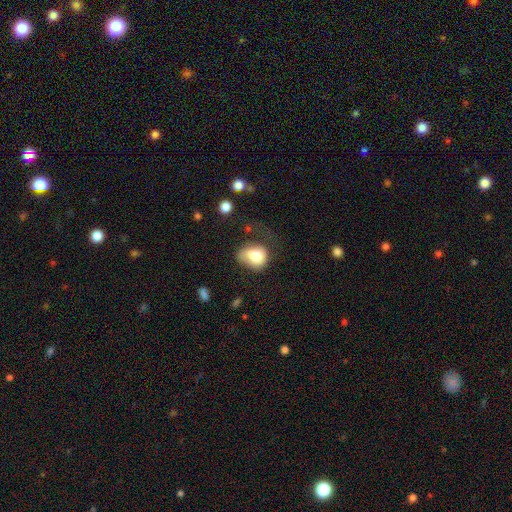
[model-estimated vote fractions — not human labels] A smooth galaxy with no disk features (72%) that is round (50%). Merging: major disturbance (35%).